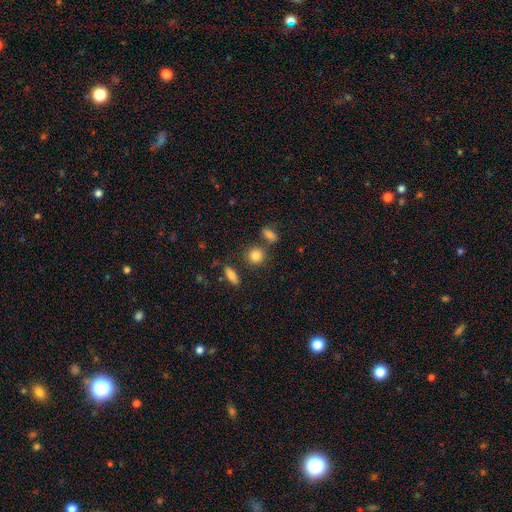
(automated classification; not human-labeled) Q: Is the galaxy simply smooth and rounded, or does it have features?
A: smooth — 84%.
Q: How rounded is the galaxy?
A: round — 80%.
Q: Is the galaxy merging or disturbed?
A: none — 73%.